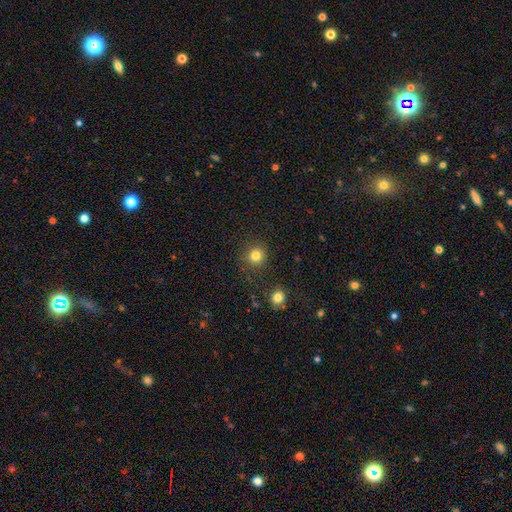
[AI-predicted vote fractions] This is clearly a smooth galaxy (82%). How rounded: clearly round (92%). Merging: clearly none (86%).